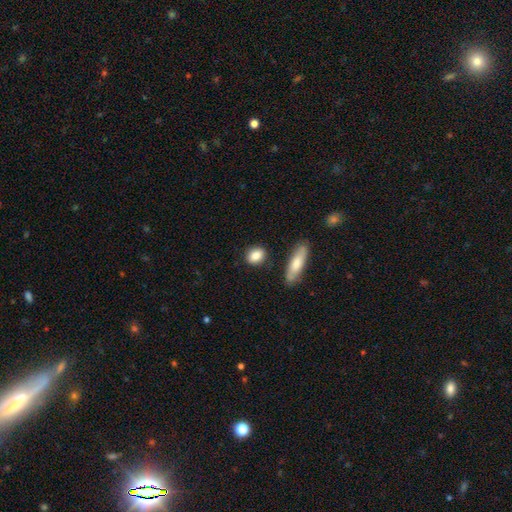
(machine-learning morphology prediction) smooth_or_featured: smooth (p=0.86) [alt: featured or disk p=0.07]
how_rounded: in between (p=0.52) [alt: round p=0.43]
merging: none (p=0.84) [alt: minor disturbance p=0.10]